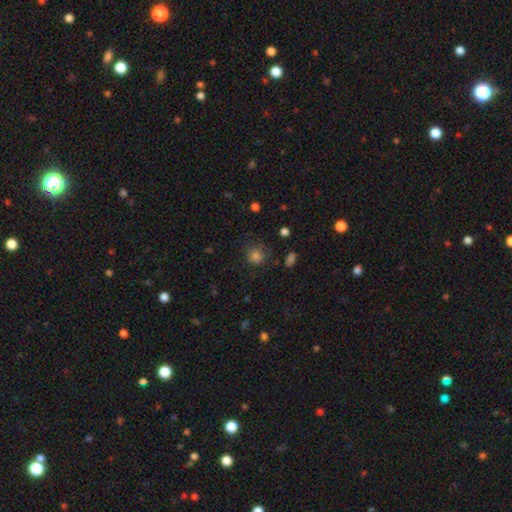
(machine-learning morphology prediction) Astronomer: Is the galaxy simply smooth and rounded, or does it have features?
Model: smooth — 79%.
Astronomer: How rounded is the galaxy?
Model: round — 87%.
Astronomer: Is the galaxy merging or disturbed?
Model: none — 73%.